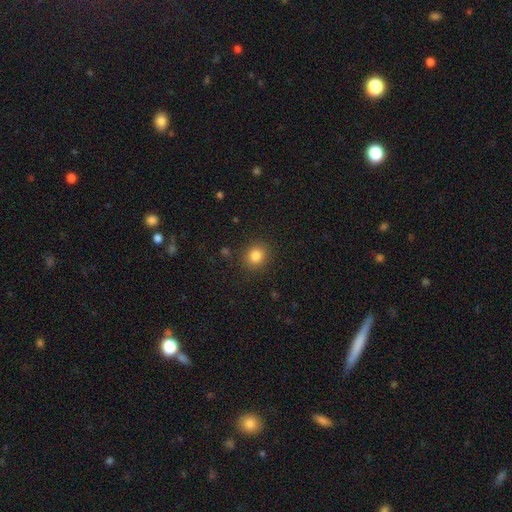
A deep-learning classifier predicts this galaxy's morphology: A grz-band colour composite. It shows a smooth galaxy with no disk features (84%) that is round (83%). Merging: none (88%).